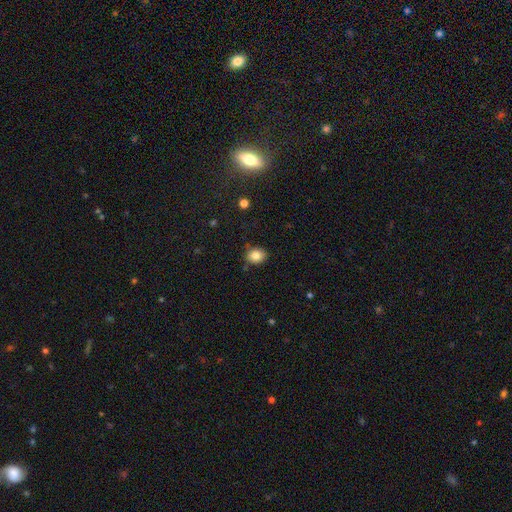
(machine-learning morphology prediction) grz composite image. It shows a smooth galaxy with no disk features (82%) that is round (58%). Merging: none (82%).